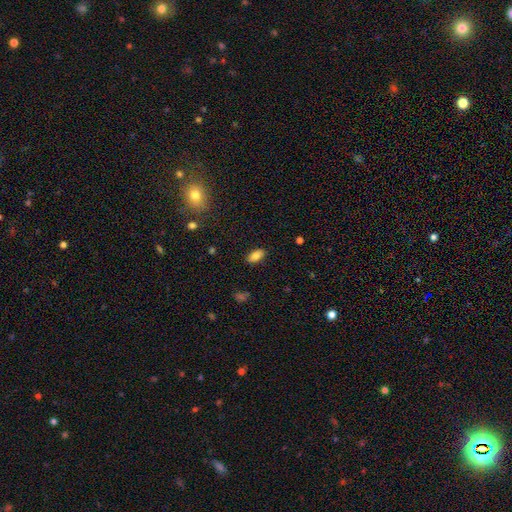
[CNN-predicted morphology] The model was most divided on "smooth or featured": smooth: 81%, featured or disk: 11%, star or artifact: 8%. More confident: how rounded — in between (91%); merging — none (87%).